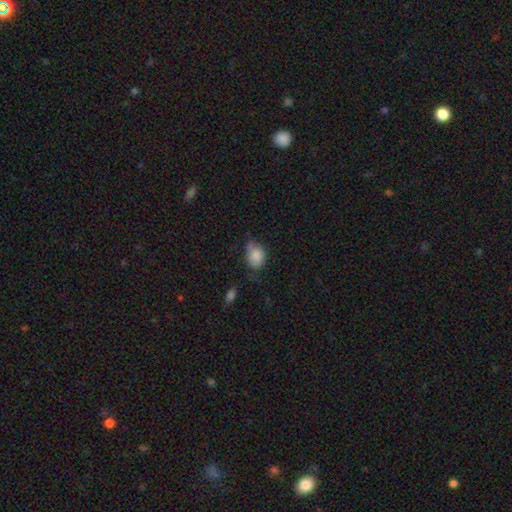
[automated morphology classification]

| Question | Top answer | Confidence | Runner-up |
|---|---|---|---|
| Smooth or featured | smooth | 84% | star or artifact (8%) |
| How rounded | in between | 63% | round (36%) |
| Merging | none | 49% | minor disturbance (36%) |